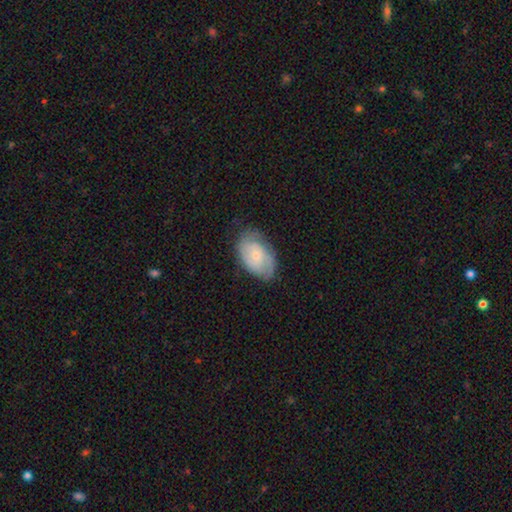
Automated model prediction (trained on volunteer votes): Smooth or featured: featured or disk — 59% (smooth — 34%)
Edge-on disk: no — 96% (yes — 4%)
Bar: no — 70% (weak — 27%)
Spiral arms: yes — 86% (no — 14%)
Bulge size: small — 64% (moderate — 29%)
Merging: none — 70% (minor disturbance — 22%)